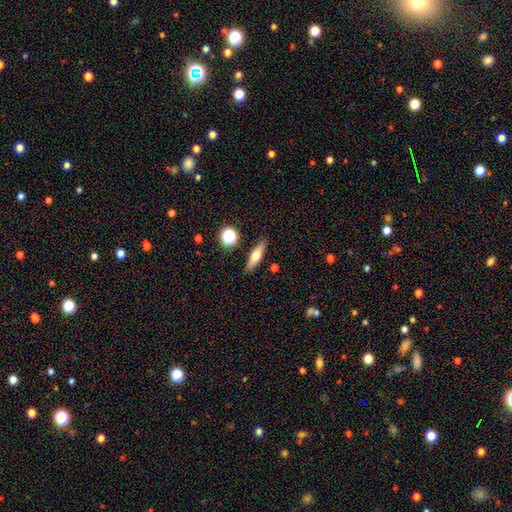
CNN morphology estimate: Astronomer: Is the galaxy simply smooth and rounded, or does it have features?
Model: smooth — 60%.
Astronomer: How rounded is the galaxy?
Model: cigar-shaped — 58% (runner-up: in between, 38%).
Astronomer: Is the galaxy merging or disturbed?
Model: none — 86%.